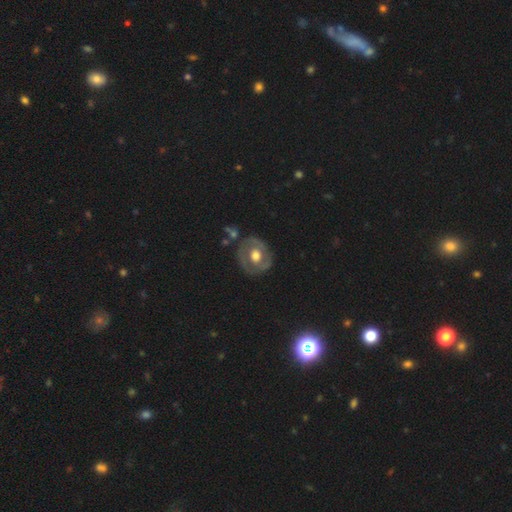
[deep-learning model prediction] featured or disk 58%, smooth 37%, star or artifact 6%. Down the decision tree: edge-on disk — no (95%); bar — no (77%); spiral arms — no (74%); bulge size — moderate (57%); merging — none (75%).